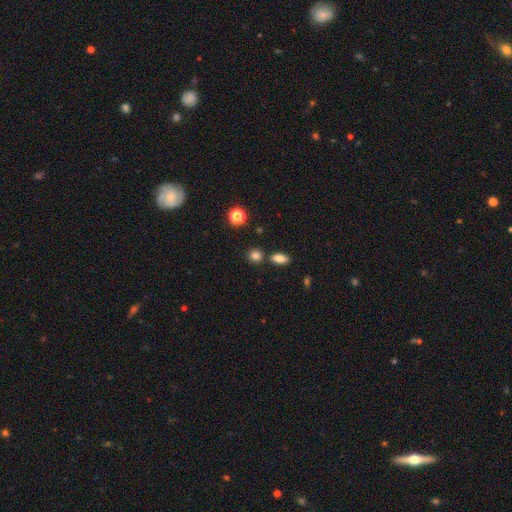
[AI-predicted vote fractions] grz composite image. It shows a smooth galaxy with no disk features (81%) that is round (77%). Merging: none (78%).